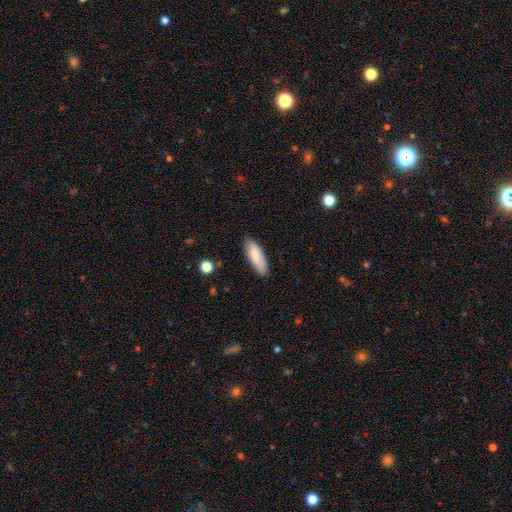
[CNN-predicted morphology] smooth_or_featured: smooth (p=0.82) [alt: featured or disk p=0.12]
how_rounded: in between (p=0.59) [alt: cigar-shaped p=0.39]
merging: none (p=0.84) [alt: minor disturbance p=0.12]